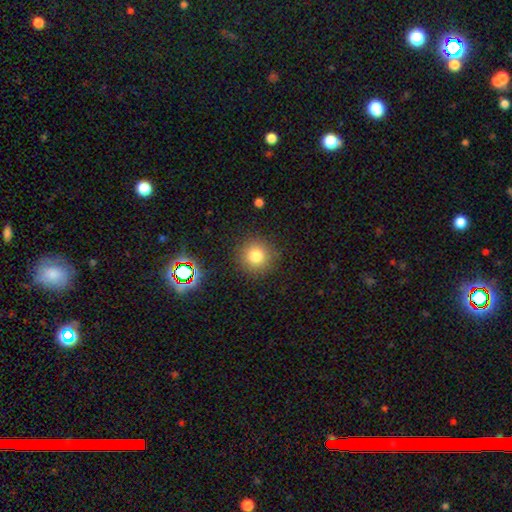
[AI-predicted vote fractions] This appears to be a smooth galaxy with no disk features (78%) that is round (94%). Merging: none (89%).